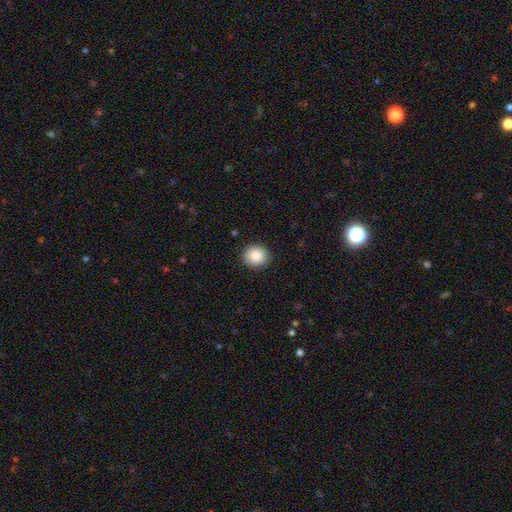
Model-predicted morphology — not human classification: This appears to be a smooth galaxy with no disk features (88%) that is round (79%). Merging: none (90%).